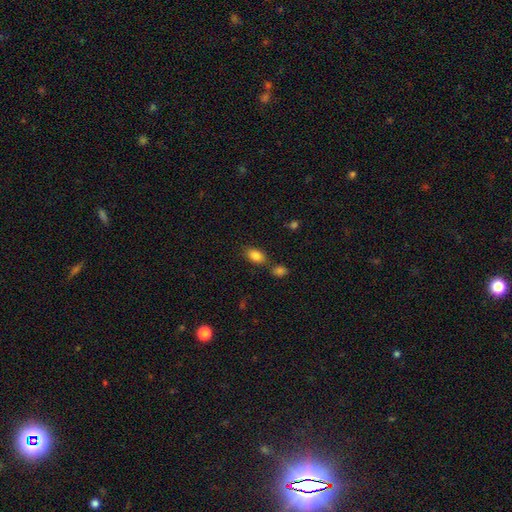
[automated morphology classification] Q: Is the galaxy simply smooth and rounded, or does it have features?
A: smooth — 85%.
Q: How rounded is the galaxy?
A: in between — 88%.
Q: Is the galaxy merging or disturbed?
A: none — 71%.